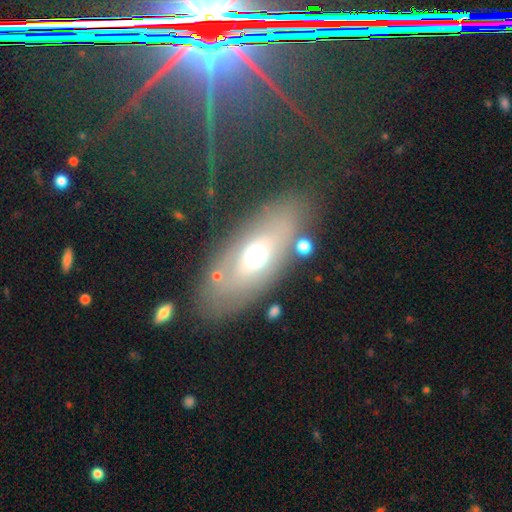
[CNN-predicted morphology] A smooth galaxy with no disk features (45%, tied with featured or disk).

Vote fractions:
- Smooth or featured? smooth: 45% (tied) / featured or disk: 45% (tied) / star or artifact: 10%
- Merging? none: 73% / minor disturbance: 13% / major disturbance: 9% / merger: 5%